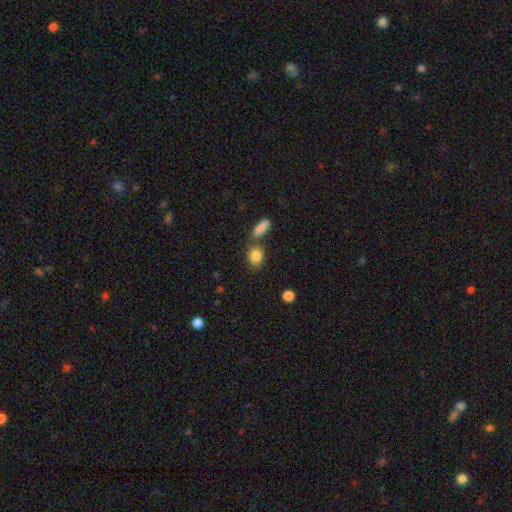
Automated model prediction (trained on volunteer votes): Morphology: type=smooth (85%); roundness=in between (50%); merging=none (65%).